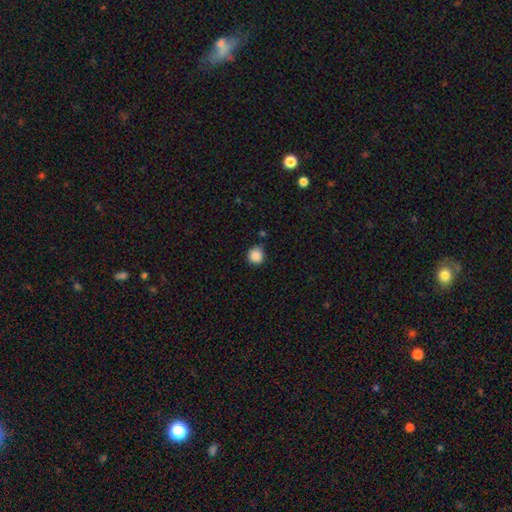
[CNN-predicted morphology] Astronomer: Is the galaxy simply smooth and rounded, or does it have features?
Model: smooth — 88%.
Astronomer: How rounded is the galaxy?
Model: round — 92%.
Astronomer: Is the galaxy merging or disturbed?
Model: none — 80%.